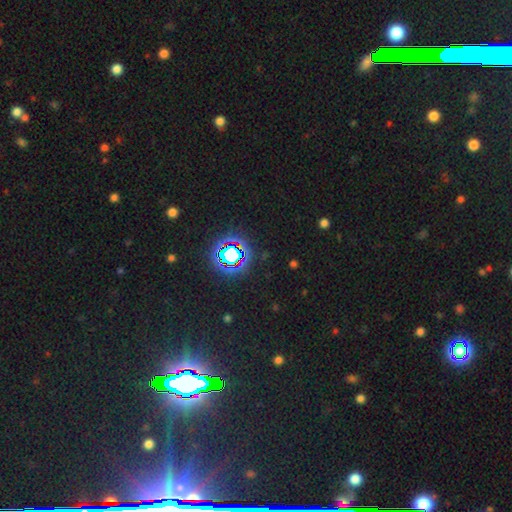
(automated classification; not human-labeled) Smooth or featured: star or artifact — 83% (smooth — 9%)